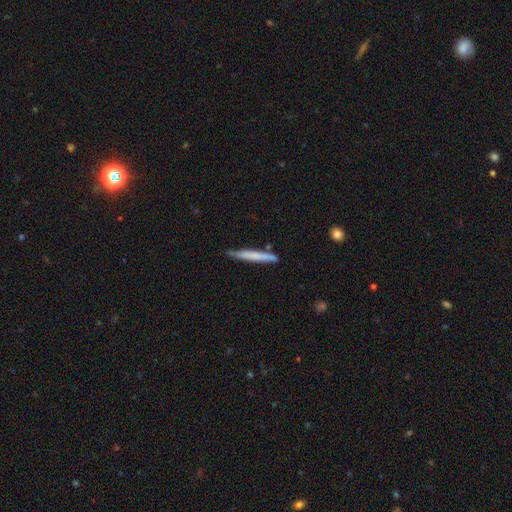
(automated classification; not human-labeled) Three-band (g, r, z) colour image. It shows a smooth galaxy with no disk features (61%) that is cigar-shaped (96%). Merging: none (78%).